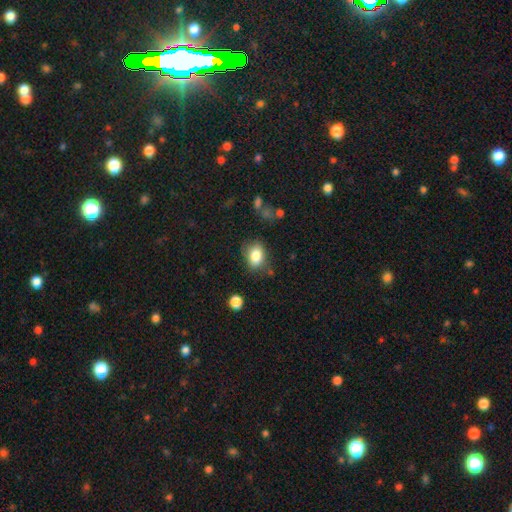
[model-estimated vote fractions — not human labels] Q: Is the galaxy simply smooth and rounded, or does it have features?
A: smooth — 84%.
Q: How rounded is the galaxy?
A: in between — 71%.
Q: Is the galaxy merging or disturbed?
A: none — 74%.